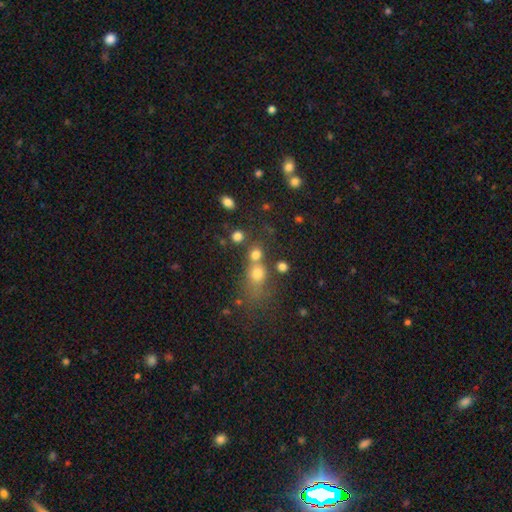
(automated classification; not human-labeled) smooth-or-featured: smooth: 61% | star or artifact: 24% | featured or disk: 15%
  how-rounded: round: 68% | in between: 27% | cigar-shaped: 5%
  merging: none: 45% | merger: 36% | minor disturbance: 11% | major disturbance: 8%